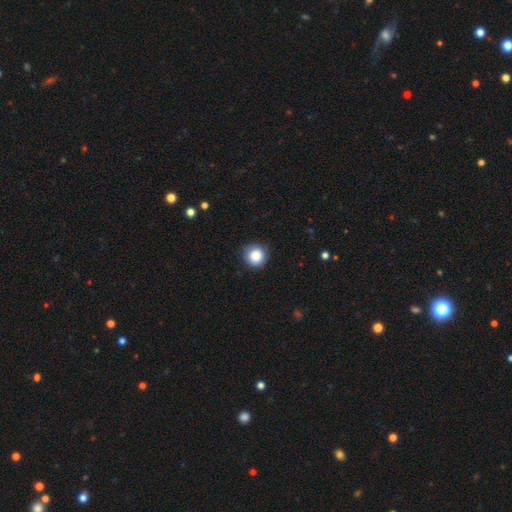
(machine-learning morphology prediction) A smooth galaxy with no disk features (85%) that is round (93%). Merging: none (83%).